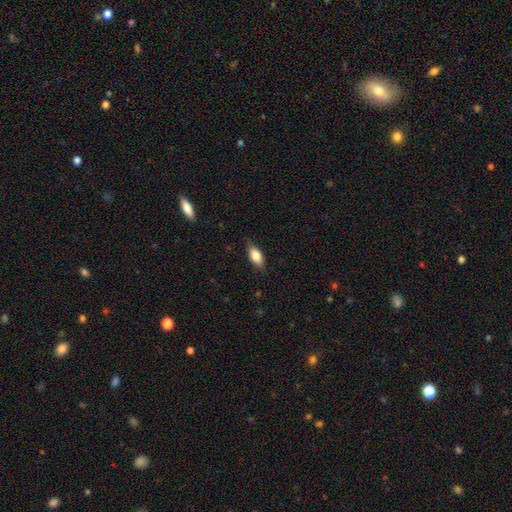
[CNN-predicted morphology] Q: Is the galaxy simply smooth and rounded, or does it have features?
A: smooth — 80%.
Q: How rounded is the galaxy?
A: in between — 84%.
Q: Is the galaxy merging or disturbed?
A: none — 80%.